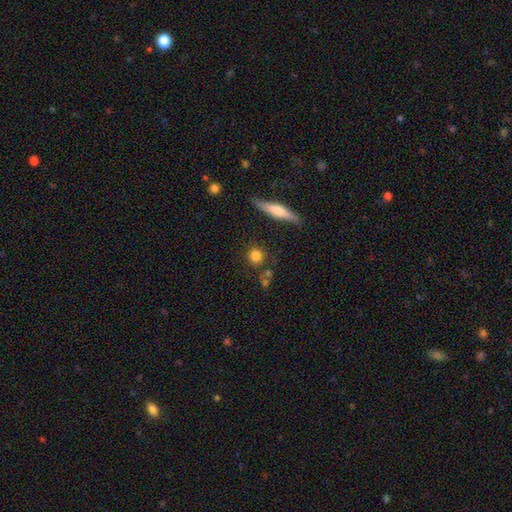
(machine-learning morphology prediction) smooth-or-featured: smooth: 79% | featured or disk: 11% | star or artifact: 10%
  how-rounded: round: 84% | in between: 11% | cigar-shaped: 5%
  merging: none: 77% | minor disturbance: 10% | merger: 9% | major disturbance: 4%